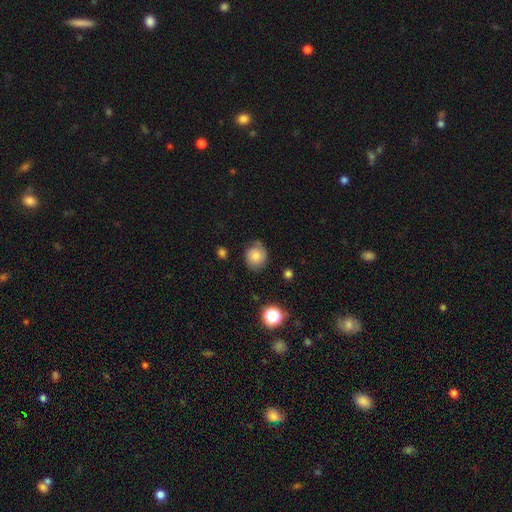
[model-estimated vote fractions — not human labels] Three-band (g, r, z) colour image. It shows a smooth galaxy with no disk features (65%) that is round (79%). Merging: none (65%).